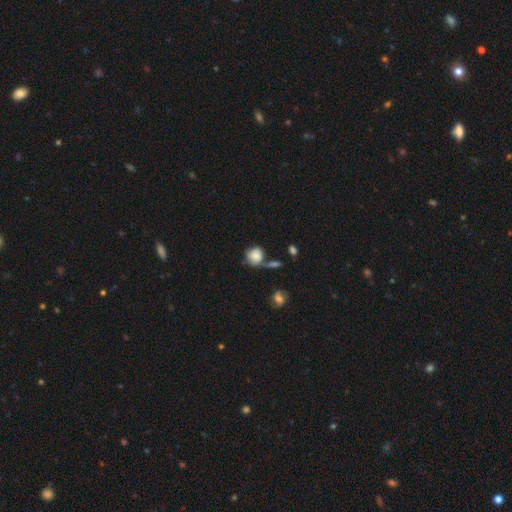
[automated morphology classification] A smooth galaxy with no disk features (76%) that is round (77%). Merging: none (43%).